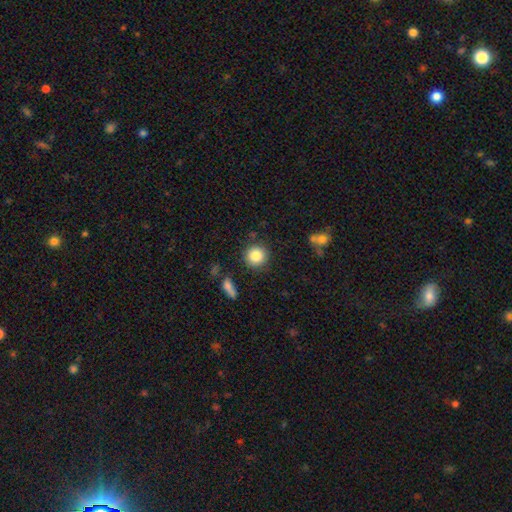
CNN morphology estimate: Smooth or featured?
  - smooth: 85% *
  - star or artifact: 9%
  - featured or disk: 6%
How rounded?
  - round: 92% *
  - in between: 7%
  - cigar-shaped: 1%
Merging?
  - none: 86% *
  - minor disturbance: 9%
  - merger: 3%
  - major disturbance: 3%